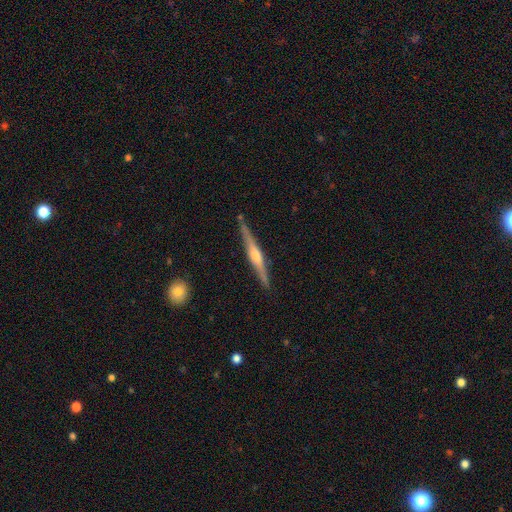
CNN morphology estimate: Smooth or featured?
  - featured or disk: 77% *
  - smooth: 18%
  - star or artifact: 5%
Edge-on disk?
  - yes: 98% *
  - no: 2%
Edge-on bulge?
  - rounded: 83% *
  - boxy: 9%
  - none: 8%
Merging?
  - none: 88% *
  - minor disturbance: 9%
  - merger: 2%
  - major disturbance: 2%